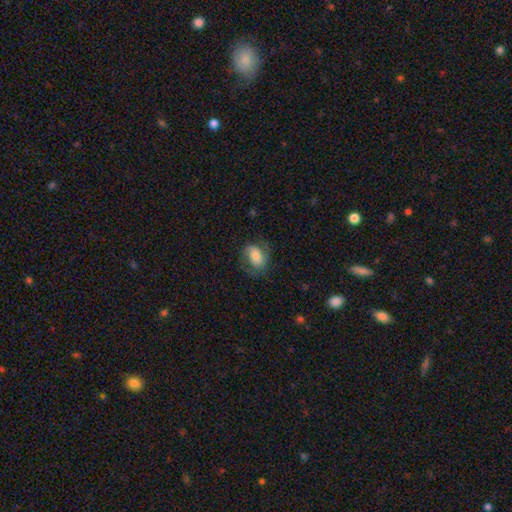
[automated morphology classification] Smooth or featured: smooth — 53% (featured or disk — 39%)
How rounded: in between — 74% (round — 25%)
Merging: none — 61% (minor disturbance — 23%)